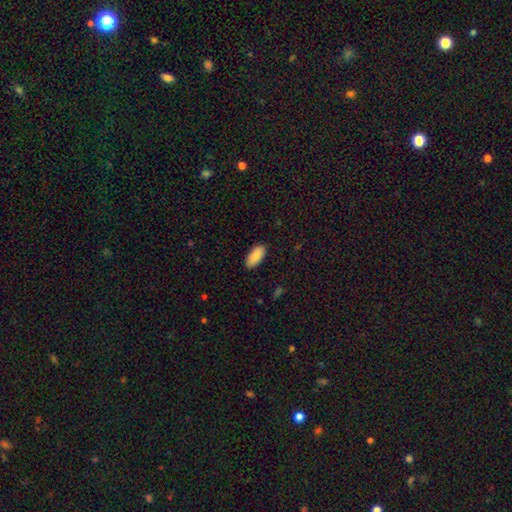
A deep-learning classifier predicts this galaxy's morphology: smooth_or_featured: smooth (p=0.89) [alt: star or artifact p=0.06]
how_rounded: in between (p=0.91) [alt: cigar-shaped p=0.08]
merging: none (p=0.88) [alt: minor disturbance p=0.09]